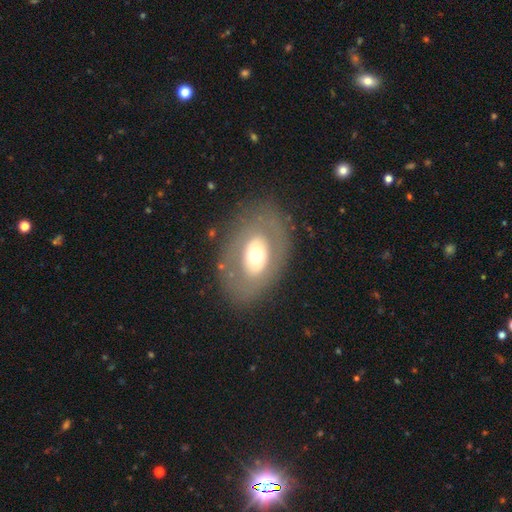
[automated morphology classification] Smooth or featured?
  - smooth: 48% *
  - featured or disk: 44%
  - star or artifact: 9%
Merging?
  - none: 79% *
  - minor disturbance: 11%
  - major disturbance: 8%
  - merger: 1%